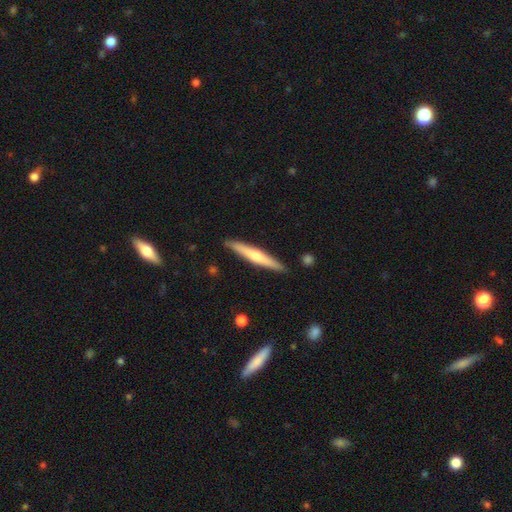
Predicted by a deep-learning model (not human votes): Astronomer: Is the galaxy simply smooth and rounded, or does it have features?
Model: featured or disk — 49% (runner-up: smooth, 46%).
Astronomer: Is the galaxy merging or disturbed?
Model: none — 90%.